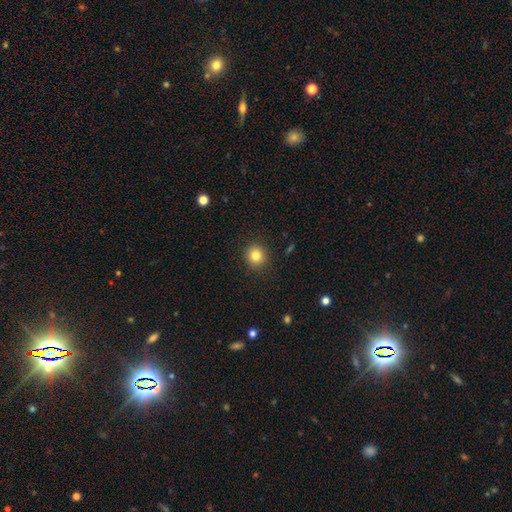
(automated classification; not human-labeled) smooth-or-featured: smooth: 83% | star or artifact: 11% | featured or disk: 6%
  how-rounded: round: 89% | in between: 10% | cigar-shaped: 1%
  merging: none: 91% | minor disturbance: 6% | major disturbance: 2% | merger: 1%